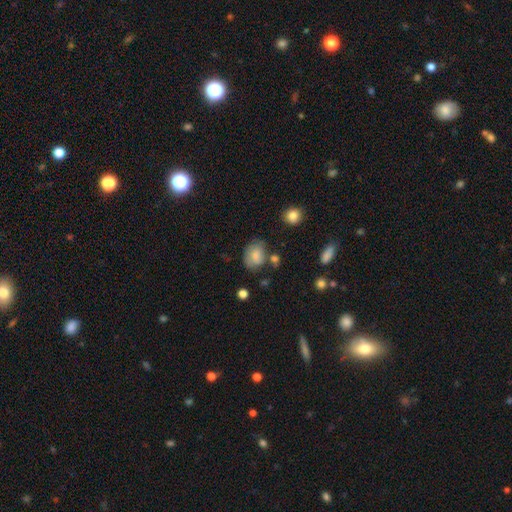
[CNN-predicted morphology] Overall: smooth (76%). How rounded: in between (66%; round 33%). Merging: none (55%; minor disturbance 27%).